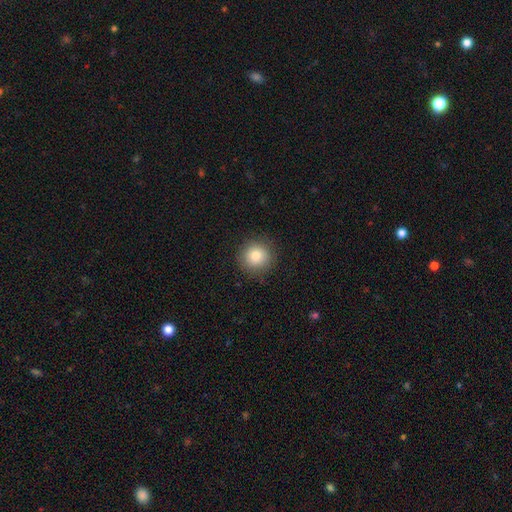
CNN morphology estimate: smooth-or-featured: smooth: 82% | star or artifact: 10% | featured or disk: 8%
  how-rounded: round: 93% | in between: 6% | cigar-shaped: 1%
  merging: none: 89% | minor disturbance: 8% | major disturbance: 3% | merger: 1%